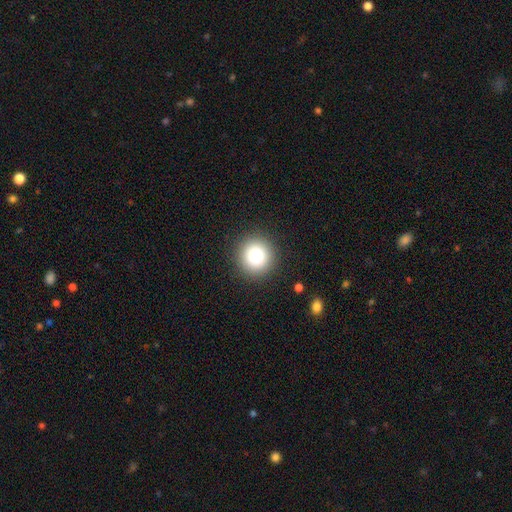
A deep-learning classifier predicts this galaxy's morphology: Q: Smooth or featured?
A: smooth (81%); runner-up: star or artifact (11%)
Q: How rounded?
A: round (94%); runner-up: in between (5%)
Q: Merging?
A: none (91%); runner-up: minor disturbance (6%)